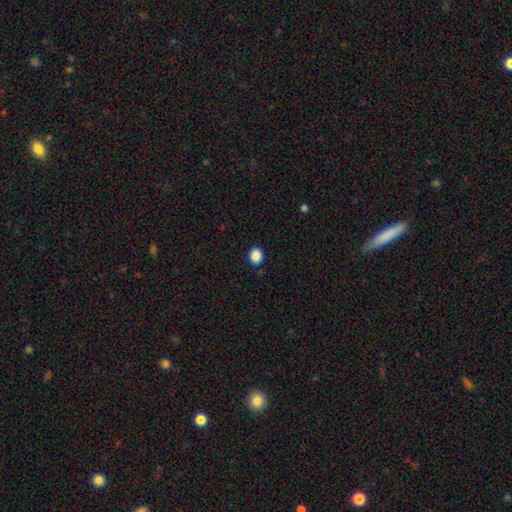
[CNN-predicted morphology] Q: Smooth or featured?
A: smooth (88%); runner-up: star or artifact (9%)
Q: How rounded?
A: round (56%); runner-up: in between (43%)
Q: Merging?
A: none (89%); runner-up: minor disturbance (8%)